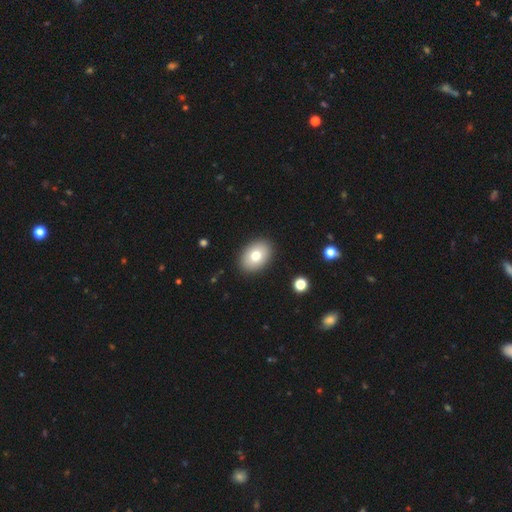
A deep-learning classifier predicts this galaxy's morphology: This is likely a smooth galaxy (77%). How rounded: likely in between (80%). Merging: clearly none (90%).